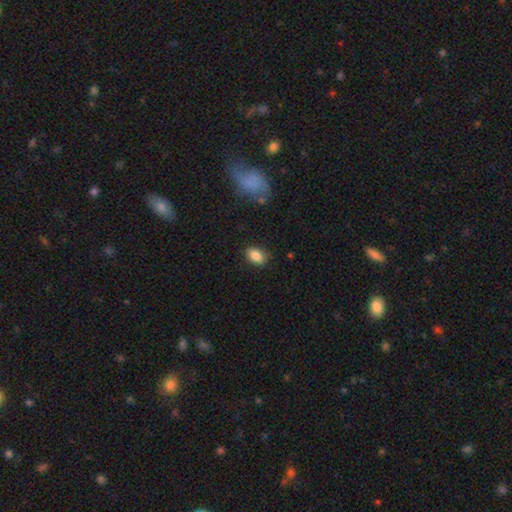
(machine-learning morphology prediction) Smooth or featured? Predicted: smooth (p=0.86). How rounded? Predicted: in between (p=0.86). Merging? Predicted: none (p=0.84).